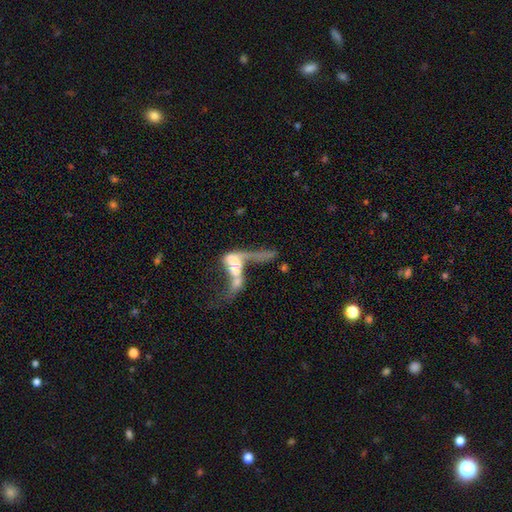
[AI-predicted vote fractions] The model was most divided on "smooth or featured": featured or disk: 62%, smooth: 24%, star or artifact: 14%. More confident: edge-on disk — no (79%); merging — merger (63%).